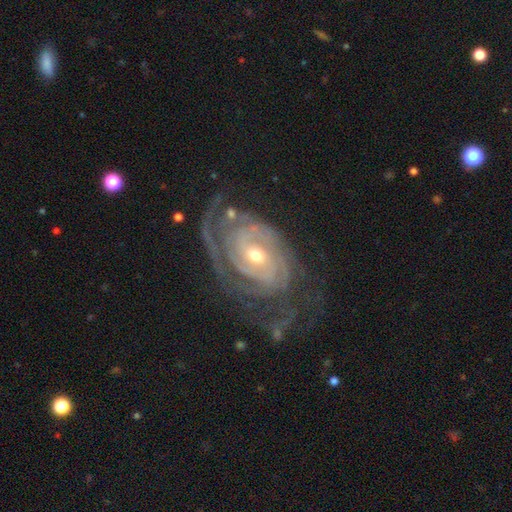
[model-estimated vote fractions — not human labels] Smooth or featured?
  - featured or disk: 90% *
  - star or artifact: 5%
  - smooth: 5%
Edge-on disk?
  - no: 96% *
  - yes: 4%
Bar?
  - no: 51% *
  - weak: 35%
  - strong: 14%
Spiral arms?
  - yes: 97% *
  - no: 3%
Spiral winding?
  - tight: 70% *
  - medium: 24%
  - loose: 6%
Spiral arm count?
  - 2: 31% *
  - can't tell: 27%
  - 3: 21%
  - 4: 9%
  - 1: 6%
  - more than 4: 6%
Bulge size?
  - moderate: 54% *
  - small: 42%
  - large: 3%
  - none: 1%
  - dominant: 1%
Merging?
  - none: 60% *
  - minor disturbance: 21%
  - major disturbance: 17%
  - merger: 2%